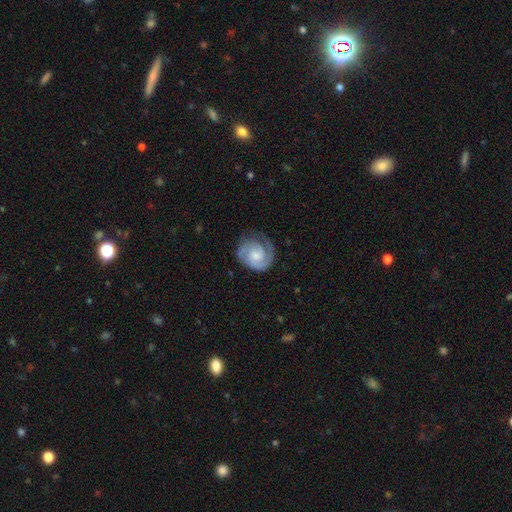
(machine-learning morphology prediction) This is clearly a featured or disk galaxy (83%). It is clearly not viewed edge-on (98%). Bar: possibly no (57%). Spiral arm pattern: clearly yes (97%). Spiral arm count: likely 2 (66%). Spiral winding: possibly tight (60%). Central bulge: marginally small (38%). Merging: likely none (71%).